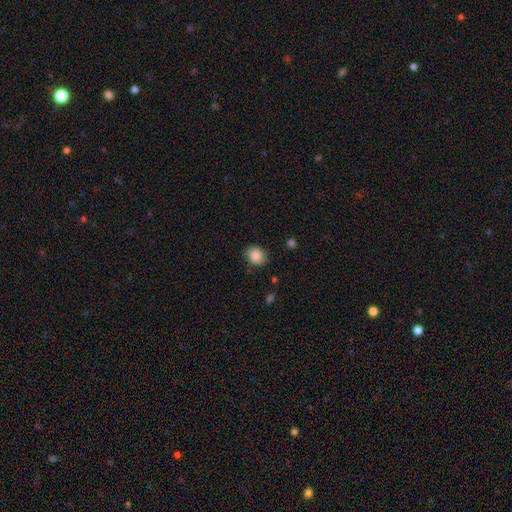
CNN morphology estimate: Smooth or featured: smooth — 86% (star or artifact — 9%)
How rounded: round — 65% (in between — 34%)
Merging: none — 76% (minor disturbance — 18%)